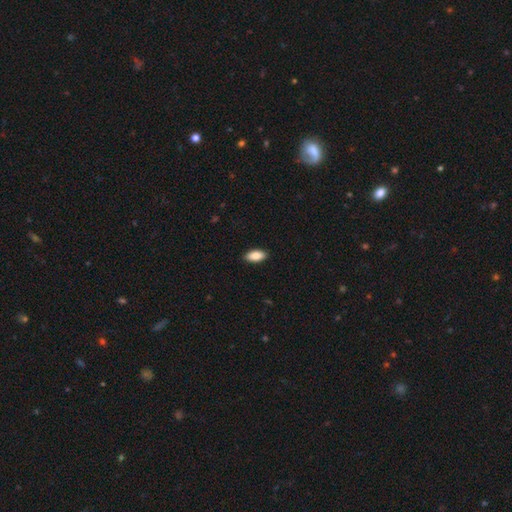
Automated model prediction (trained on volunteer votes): A smooth galaxy with no disk features (86%) that is in between round and cigar-shaped (90%). Merging: none (89%).